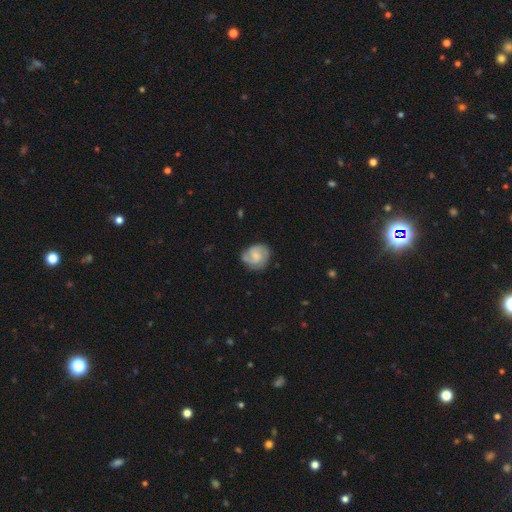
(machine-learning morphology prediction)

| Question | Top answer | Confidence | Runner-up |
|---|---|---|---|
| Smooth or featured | featured or disk | 58% | smooth (35%) |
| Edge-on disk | no | 98% | yes (2%) |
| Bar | no | 52% | weak (41%) |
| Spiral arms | yes | 90% | no (10%) |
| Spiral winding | medium | 43% | tight (41%) |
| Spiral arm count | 2 | 52% | 3 (20%) |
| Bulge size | small | 36% | moderate (30%) |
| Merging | none | 71% | minor disturbance (21%) |